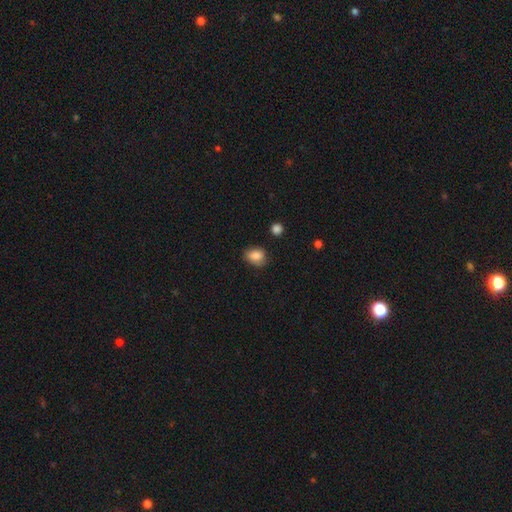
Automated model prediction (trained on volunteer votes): Smooth or featured?
  - smooth: 84% *
  - star or artifact: 9%
  - featured or disk: 7%
How rounded?
  - in between: 59% *
  - round: 40%
  - cigar-shaped: 1%
Merging?
  - none: 73% *
  - minor disturbance: 21%
  - major disturbance: 4%
  - merger: 2%